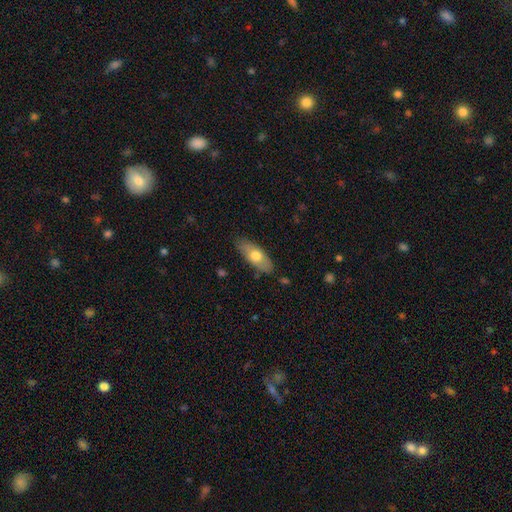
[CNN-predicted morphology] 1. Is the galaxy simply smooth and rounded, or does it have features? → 65% smooth, 29% featured or disk, 6% star or artifact.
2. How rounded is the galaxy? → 78% in between, 19% cigar-shaped, 3% round.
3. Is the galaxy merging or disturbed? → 82% none, 14% minor disturbance, 3% major disturbance, 1% merger.